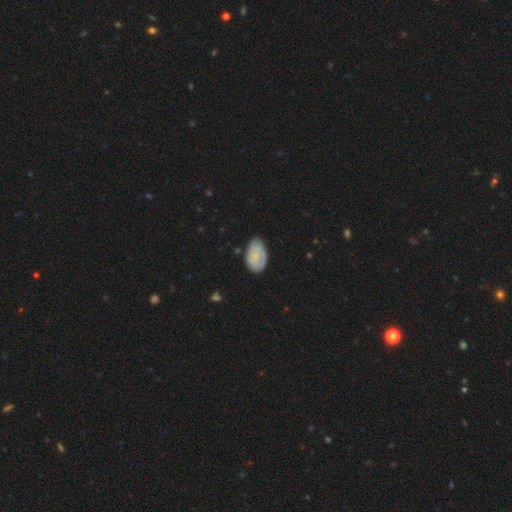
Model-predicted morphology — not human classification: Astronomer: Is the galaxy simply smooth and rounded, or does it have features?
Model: featured or disk — 53% (runner-up: smooth, 40%).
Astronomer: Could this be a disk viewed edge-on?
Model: no — 97%.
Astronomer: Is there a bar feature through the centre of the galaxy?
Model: no — 72%.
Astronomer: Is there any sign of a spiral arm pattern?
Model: yes — 83%.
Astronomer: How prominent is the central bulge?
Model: small — 58%.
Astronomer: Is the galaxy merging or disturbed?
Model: none — 63%.